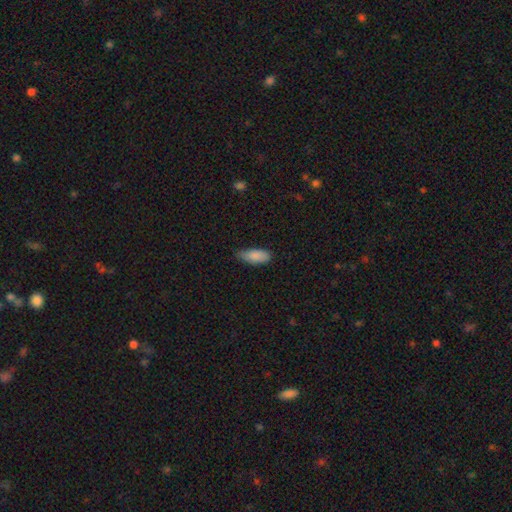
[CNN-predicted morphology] Smooth or featured? Predicted: smooth (p=0.87). How rounded? Predicted: in between (p=0.82). Merging? Predicted: none (p=0.67).